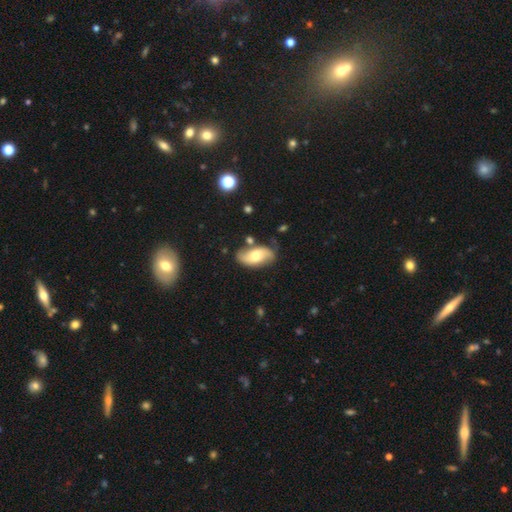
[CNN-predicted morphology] Smooth or featured?
  - featured or disk: 48% *
  - smooth: 45%
  - star or artifact: 7%
Merging?
  - none: 72% *
  - minor disturbance: 18%
  - merger: 5%
  - major disturbance: 5%